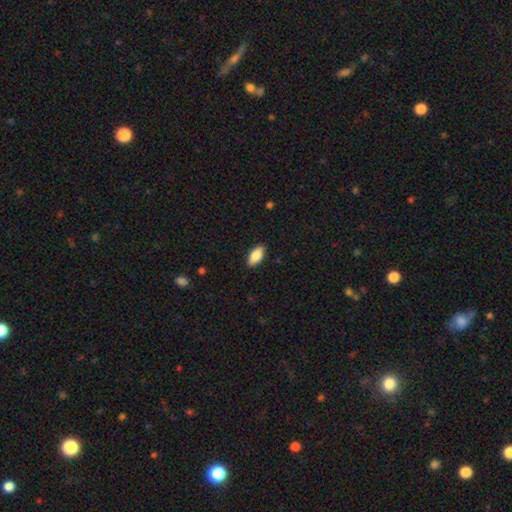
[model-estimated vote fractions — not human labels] Q: Smooth or featured?
A: smooth (82%); runner-up: featured or disk (11%)
Q: How rounded?
A: in between (88%); runner-up: cigar-shaped (9%)
Q: Merging?
A: none (88%); runner-up: minor disturbance (9%)